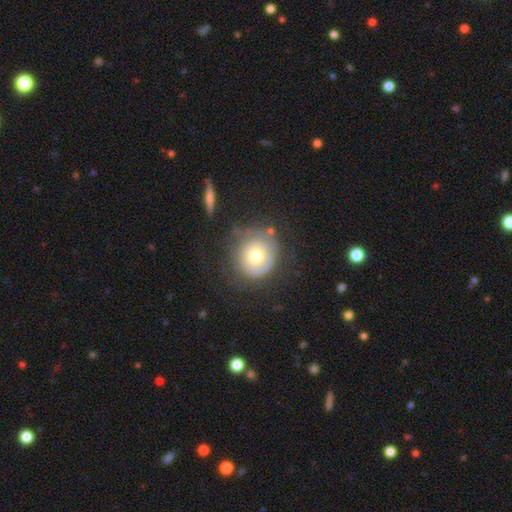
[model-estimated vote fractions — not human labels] Q: Smooth or featured?
A: smooth (48%); runner-up: featured or disk (44%)
Q: Merging?
A: none (63%); runner-up: minor disturbance (21%)